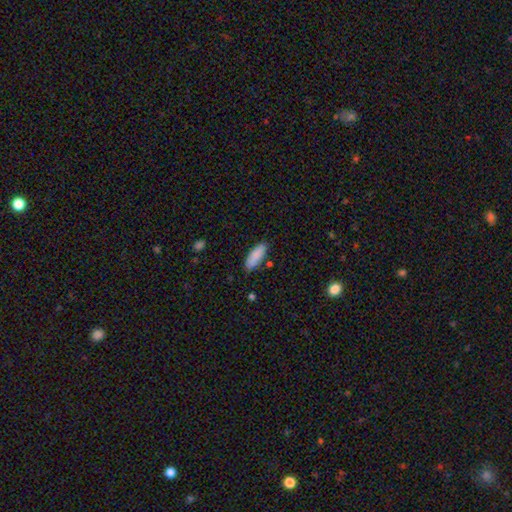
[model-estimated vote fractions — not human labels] The model was most divided on "how rounded": in between: 69%, cigar-shaped: 29%, round: 2%. More confident: smooth or featured — smooth (88%); merging — none (83%).